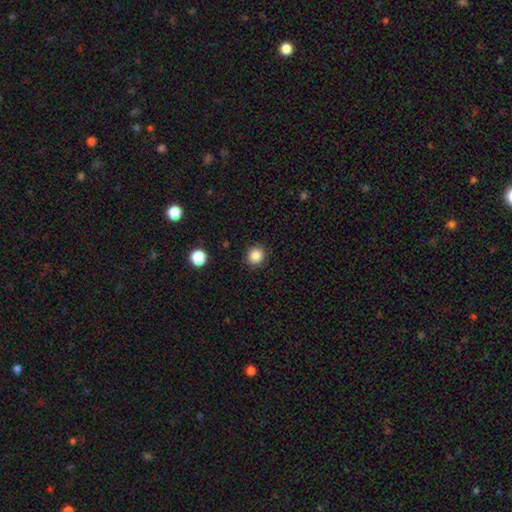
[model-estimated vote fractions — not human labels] smooth_or_featured: smooth (p=0.86) [alt: star or artifact p=0.11]
how_rounded: round (p=0.90) [alt: in between p=0.09]
merging: none (p=0.90) [alt: minor disturbance p=0.06]